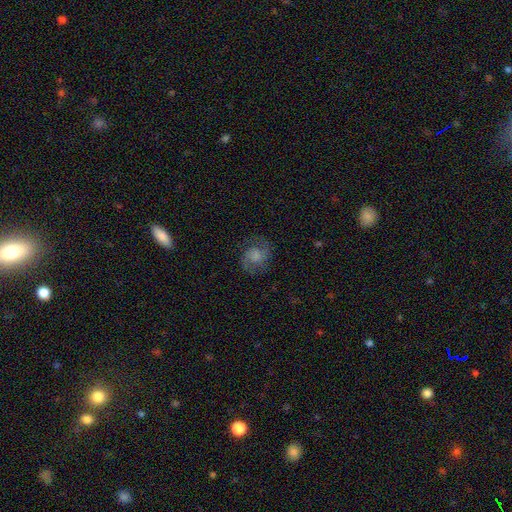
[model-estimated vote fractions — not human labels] A featured or disk galaxy (58%) with no bar (63%), 2 (85%) medium (52%) spiral arms (91%) and no central bulge (33%). Merging: none (73%).